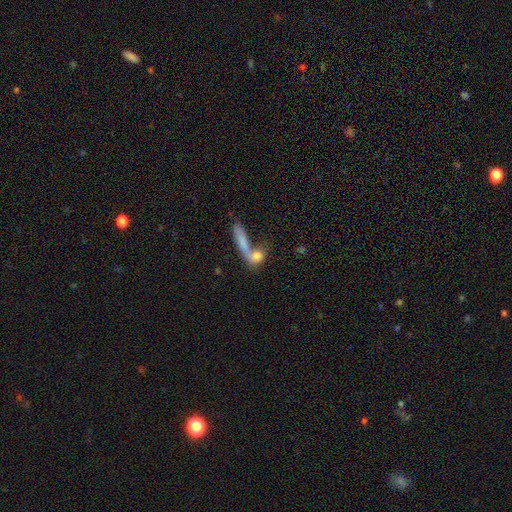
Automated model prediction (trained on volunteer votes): This appears to be a smooth galaxy with no disk features (71%) that is in between round and cigar-shaped (42%). Merging: merger (53%).